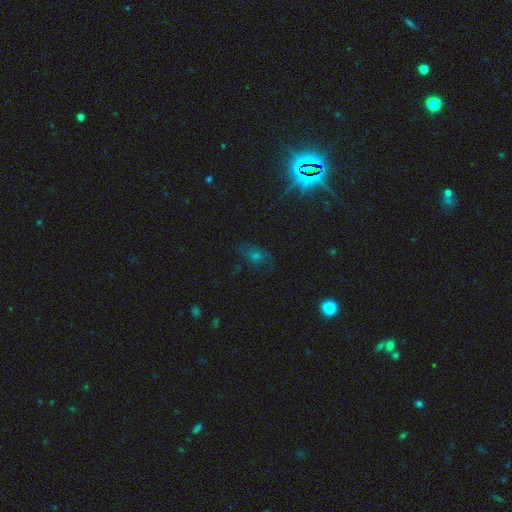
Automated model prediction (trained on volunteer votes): The model was most divided on "smooth or featured": star or artifact: 47%, smooth: 31%, featured or disk: 22%.